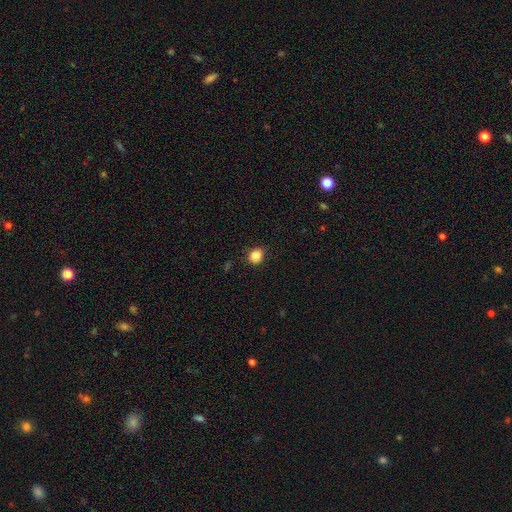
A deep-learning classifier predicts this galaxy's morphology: Q: Smooth or featured?
A: smooth (86%); runner-up: star or artifact (10%)
Q: How rounded?
A: round (66%); runner-up: in between (33%)
Q: Merging?
A: none (88%); runner-up: minor disturbance (9%)